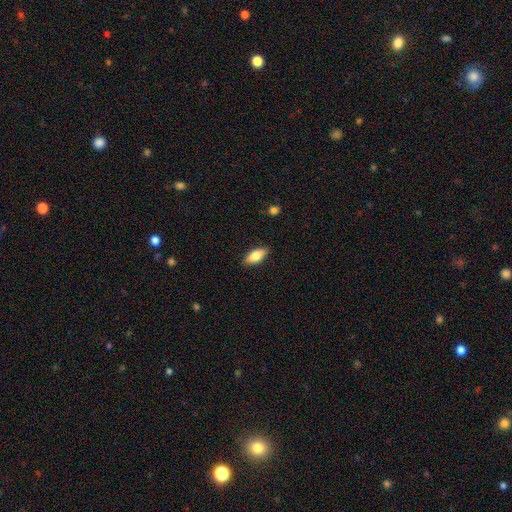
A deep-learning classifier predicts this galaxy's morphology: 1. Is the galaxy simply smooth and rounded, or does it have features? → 77% smooth, 17% featured or disk, 7% star or artifact.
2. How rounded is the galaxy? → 84% in between, 14% cigar-shaped, 3% round.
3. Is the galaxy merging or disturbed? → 87% none, 10% minor disturbance, 2% major disturbance, 1% merger.